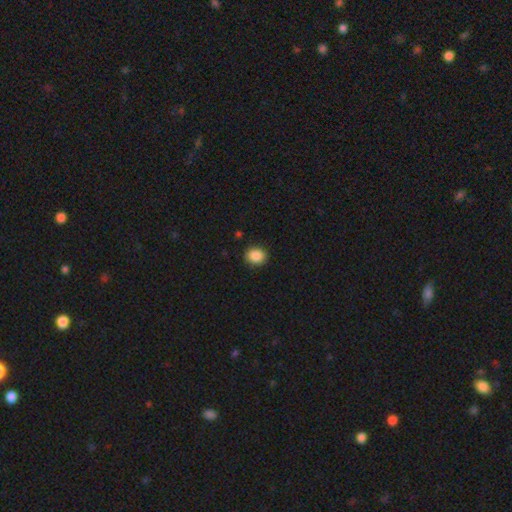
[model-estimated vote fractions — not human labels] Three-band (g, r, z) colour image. It shows a smooth galaxy with no disk features (88%) that is round (69%). Merging: none (88%).